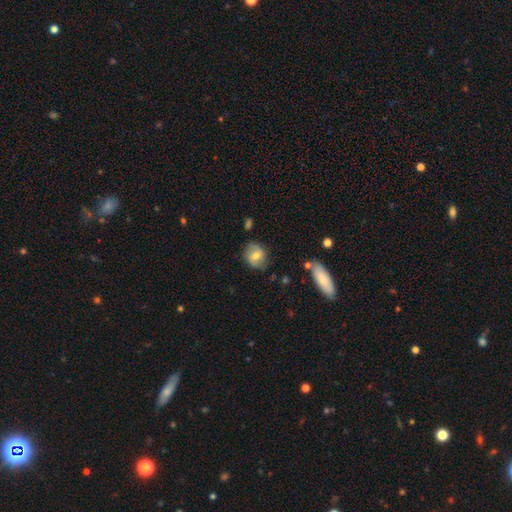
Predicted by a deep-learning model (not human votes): Smooth or featured? smooth (58%)
How rounded? round (57%)
Merging? none (76%)